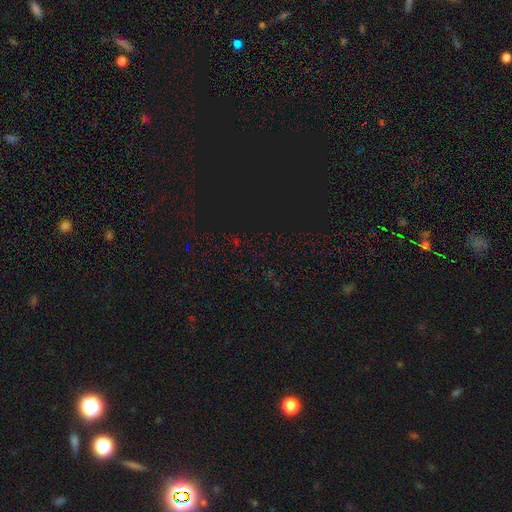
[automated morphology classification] smooth_or_featured: star or artifact (p=0.76) [alt: smooth p=0.17]